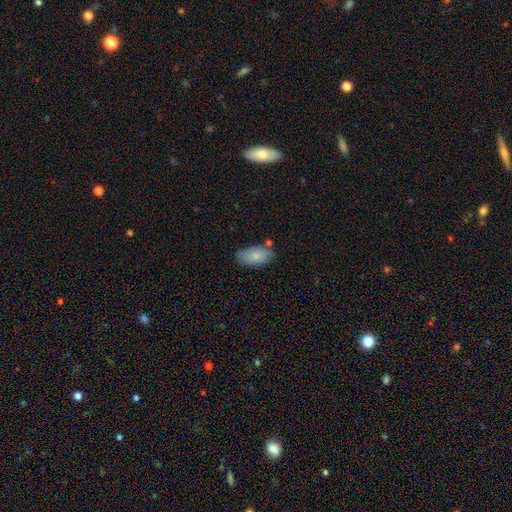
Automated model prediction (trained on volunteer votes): Smooth or featured? smooth (84%)
How rounded? in between (93%)
Merging? none (72%)